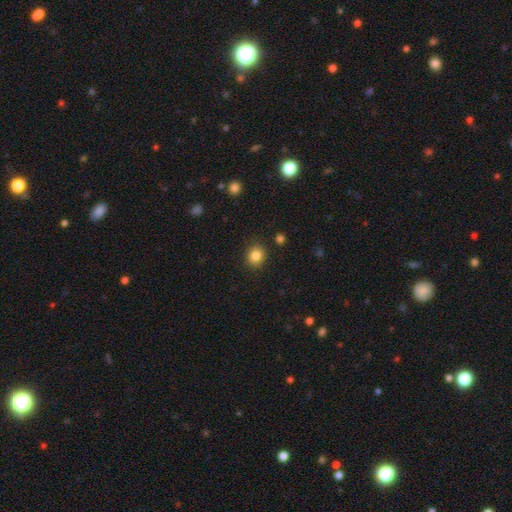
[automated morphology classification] The model was most divided on "how rounded": round: 76%, in between: 23%, cigar-shaped: 1%. More confident: merging — none (89%); smooth or featured — smooth (84%).